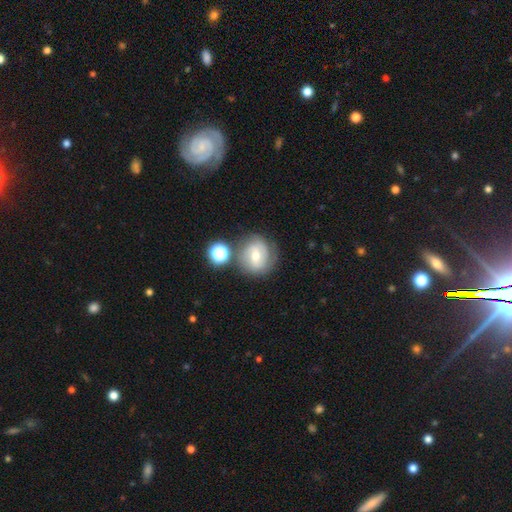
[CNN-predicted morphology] featured or disk 46%, smooth 43%, star or artifact 11%. Down the decision tree: merging — none (65%).